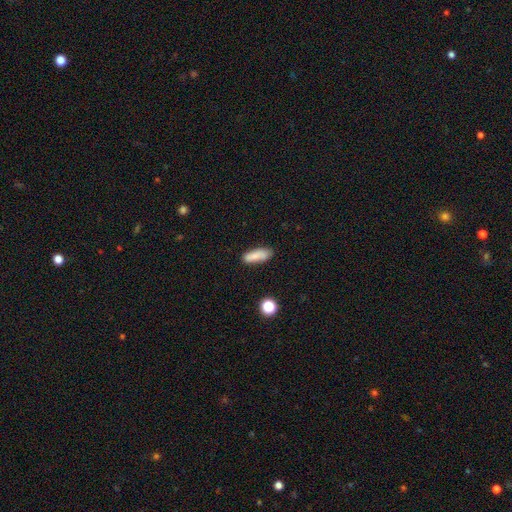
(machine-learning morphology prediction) type=smooth (78%); roundness=in between (58%); merging=none (74%).